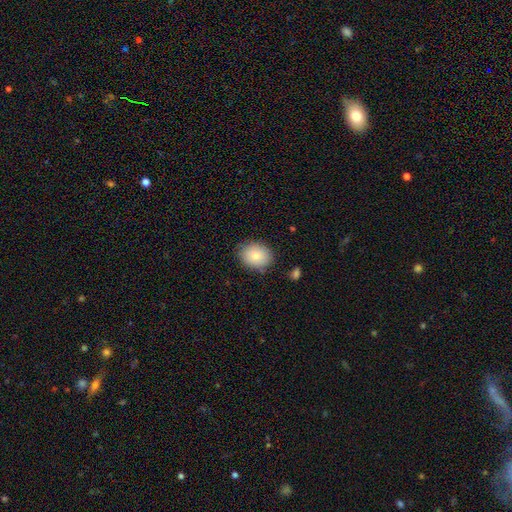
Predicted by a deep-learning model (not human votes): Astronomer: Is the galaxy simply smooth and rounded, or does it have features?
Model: smooth — 82%.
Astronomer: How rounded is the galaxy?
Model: in between — 53% (runner-up: round, 47%).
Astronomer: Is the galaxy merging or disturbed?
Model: none — 81%.